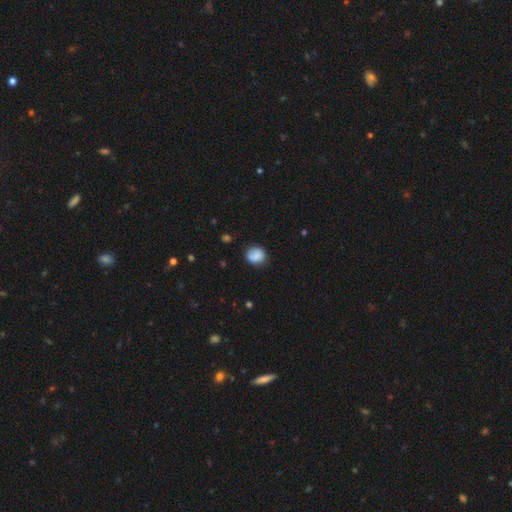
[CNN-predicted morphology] type=smooth (83%); roundness=round (70%); merging=none (78%).